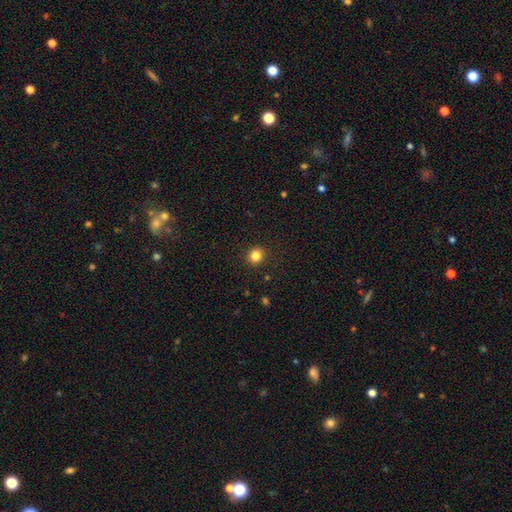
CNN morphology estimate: Smooth or featured: smooth — 84% (star or artifact — 12%)
How rounded: round — 85% (in between — 14%)
Merging: none — 91% (minor disturbance — 6%)